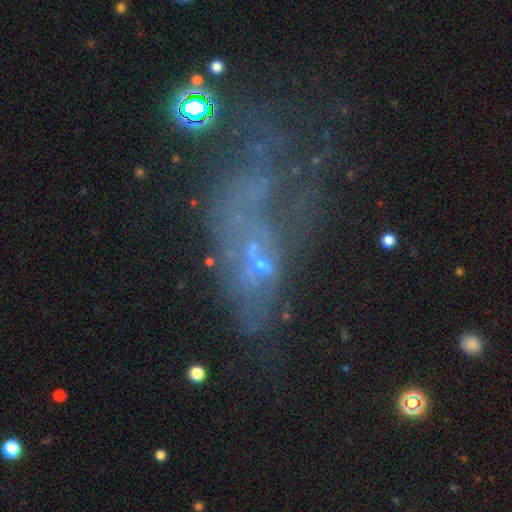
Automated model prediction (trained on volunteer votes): Smooth or featured? featured or disk (44%)
Merging? major disturbance (42%)